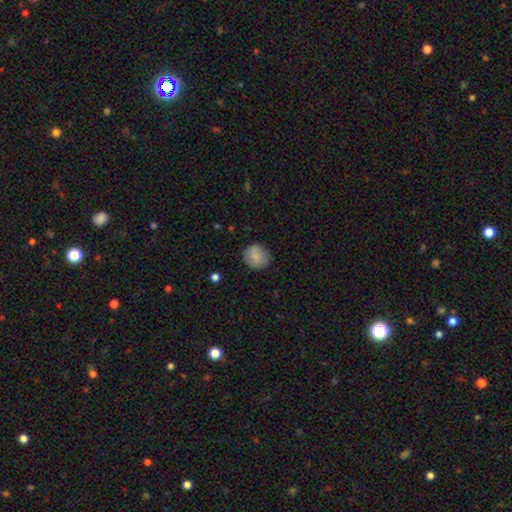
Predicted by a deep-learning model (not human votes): This appears to be a smooth galaxy with no disk features (81%) that is round (85%). Merging: none (82%).